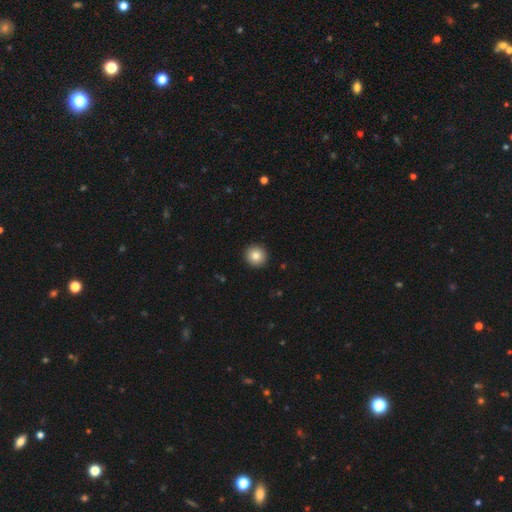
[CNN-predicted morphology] Smooth or featured? smooth (83%)
How rounded? round (95%)
Merging? none (93%)